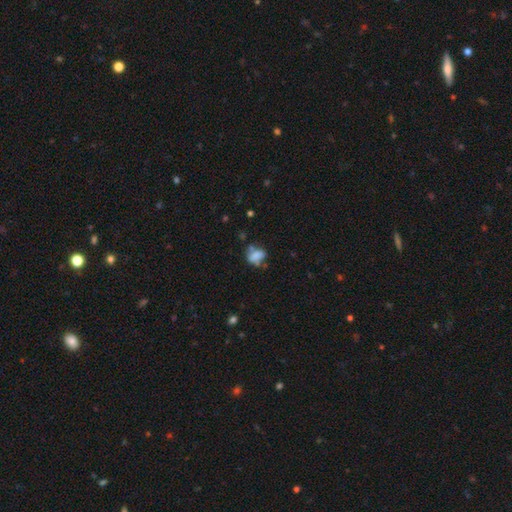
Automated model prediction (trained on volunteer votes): smooth-or-featured: smooth: 68% | featured or disk: 20% | star or artifact: 12%
  how-rounded: in between: 65% | round: 33% | cigar-shaped: 2%
  merging: none: 40% | minor disturbance: 25% | merger: 20% | major disturbance: 15%